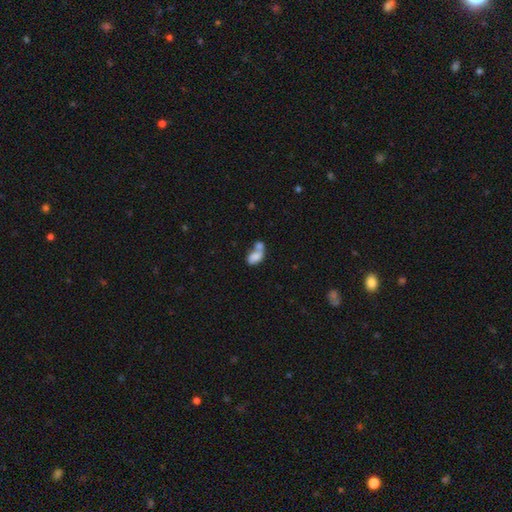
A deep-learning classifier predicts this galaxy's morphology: Overall: smooth (76%). How rounded: in between (88%). Merging: merger (64%).